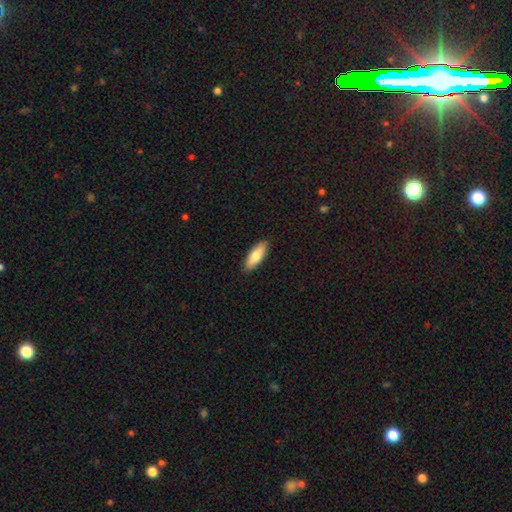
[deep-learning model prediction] Smooth or featured? smooth (78%)
How rounded? in between (59%)
Merging? none (90%)